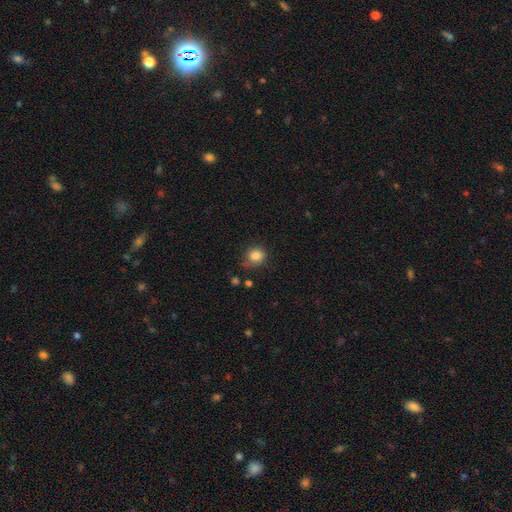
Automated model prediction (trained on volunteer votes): smooth 85%, star or artifact 10%, featured or disk 5%. Down the decision tree: how rounded — round (76%); merging — none (68%).